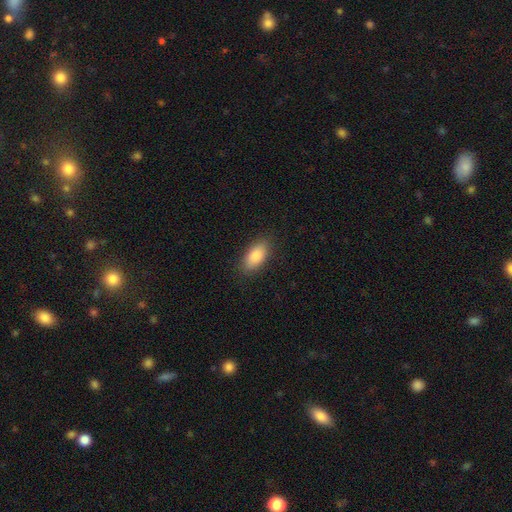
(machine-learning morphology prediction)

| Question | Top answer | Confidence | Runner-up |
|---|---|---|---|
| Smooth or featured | smooth | 87% | star or artifact (7%) |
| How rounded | in between | 91% | cigar-shaped (6%) |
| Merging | none | 87% | minor disturbance (10%) |